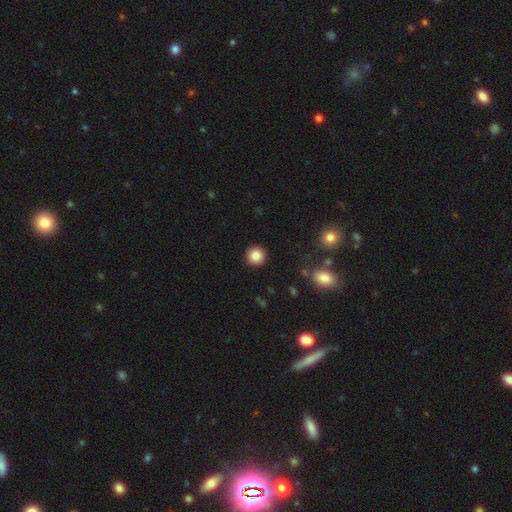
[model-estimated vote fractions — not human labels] Smooth or featured? Predicted: smooth (p=0.85). How rounded? Predicted: round (p=0.95). Merging? Predicted: none (p=0.93).